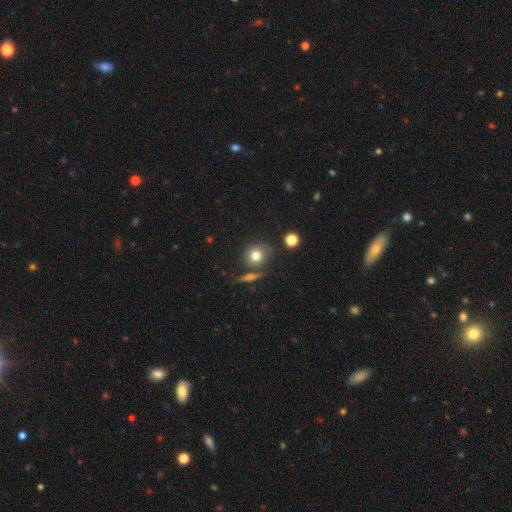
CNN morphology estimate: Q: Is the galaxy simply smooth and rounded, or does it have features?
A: smooth — 77%.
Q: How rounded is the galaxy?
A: round — 80%.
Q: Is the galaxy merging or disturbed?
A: none — 70%.